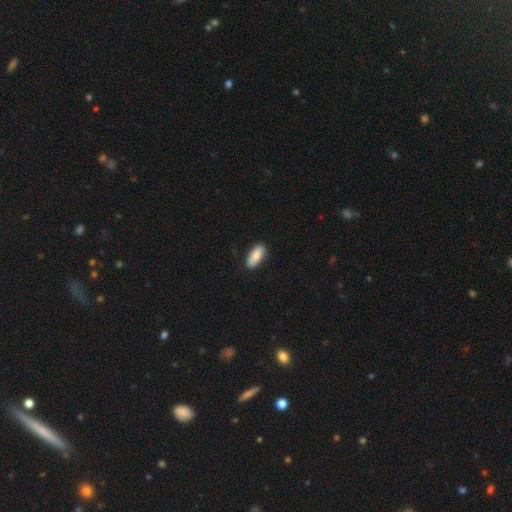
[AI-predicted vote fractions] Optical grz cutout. It shows a smooth galaxy with no disk features (86%) that is in between round and cigar-shaped (82%). Merging: none (87%).